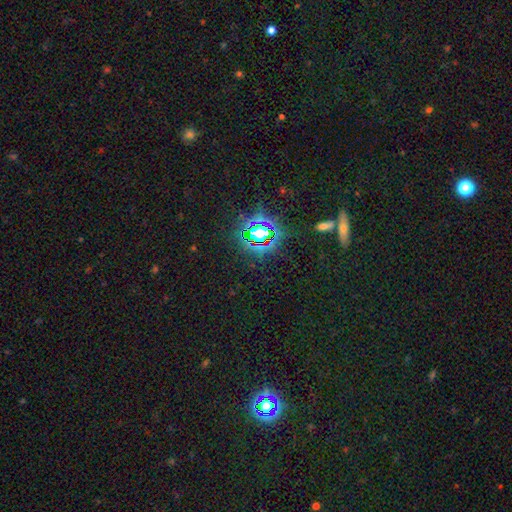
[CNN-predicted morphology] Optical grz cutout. It shows a star or artifact, not a galaxy (77%).